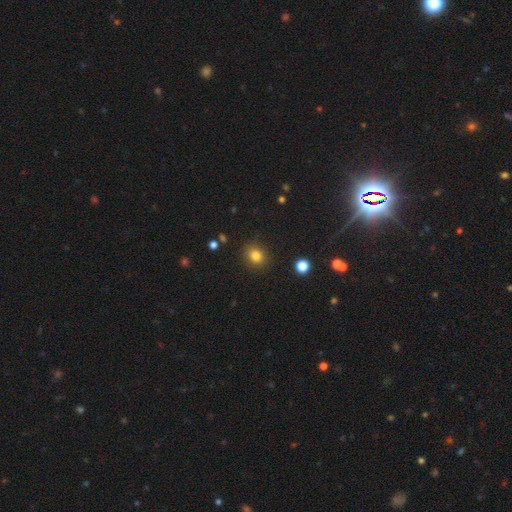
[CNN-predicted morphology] type=smooth (83%); roundness=round (74%); merging=none (87%).